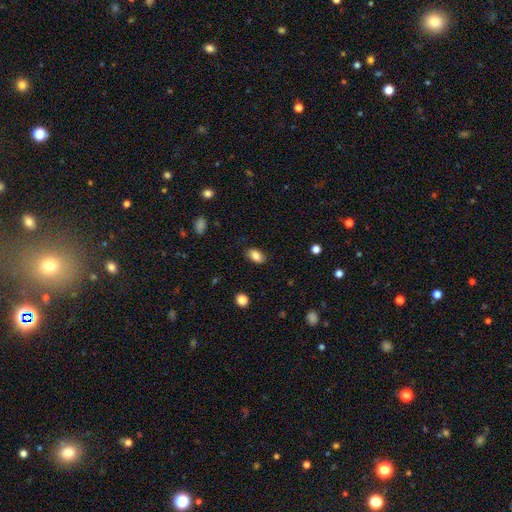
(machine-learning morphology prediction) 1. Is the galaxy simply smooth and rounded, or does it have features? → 85% smooth, 8% star or artifact, 7% featured or disk.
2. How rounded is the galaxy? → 89% in between, 10% round, 2% cigar-shaped.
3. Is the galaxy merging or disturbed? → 84% none, 12% minor disturbance, 3% major disturbance, 1% merger.